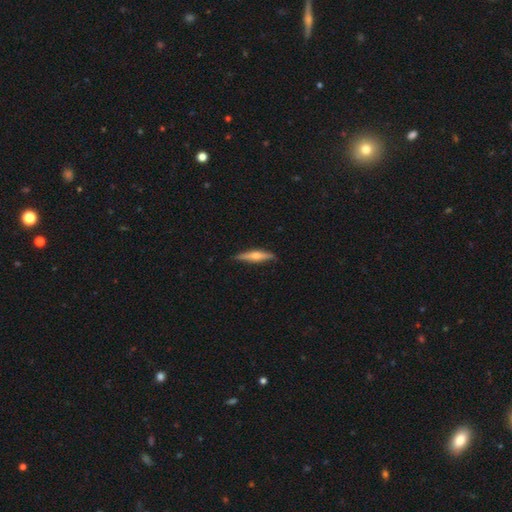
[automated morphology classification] Smooth or featured? Predicted: featured or disk (p=0.60). Edge-on disk? Predicted: yes (p=0.95). Edge-on bulge? Predicted: rounded (p=0.89). Merging? Predicted: none (p=0.86).